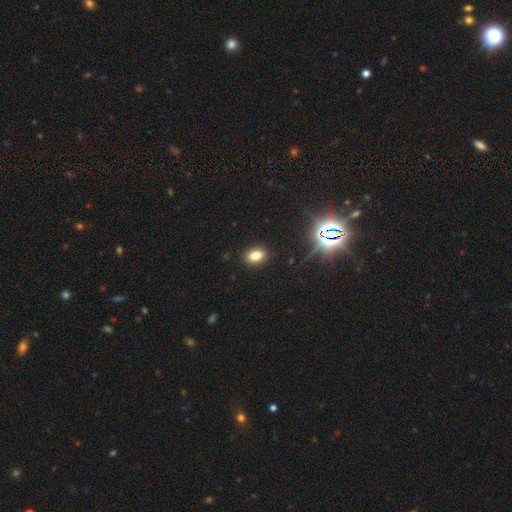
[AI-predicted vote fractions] Smooth or featured: smooth — 77% (star or artifact — 15%)
How rounded: in between — 77% (round — 21%)
Merging: none — 89% (minor disturbance — 7%)